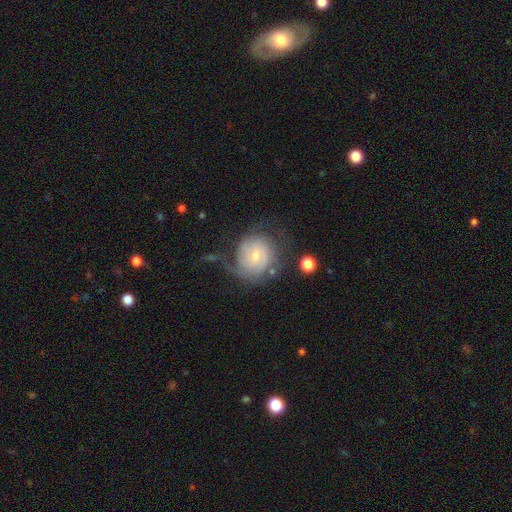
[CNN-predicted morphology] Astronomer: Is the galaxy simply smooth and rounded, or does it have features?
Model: featured or disk — 62%.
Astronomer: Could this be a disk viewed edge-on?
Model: no — 97%.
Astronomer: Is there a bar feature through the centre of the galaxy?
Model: no — 65%.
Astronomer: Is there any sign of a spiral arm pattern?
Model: yes — 84%.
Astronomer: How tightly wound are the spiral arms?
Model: tight — 44% (runner-up: medium, 31%).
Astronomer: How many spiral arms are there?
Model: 2 — 38% (runner-up: can't tell, 30%).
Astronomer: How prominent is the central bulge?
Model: small — 60%.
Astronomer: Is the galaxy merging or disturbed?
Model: none — 45% (runner-up: major disturbance, 30%).